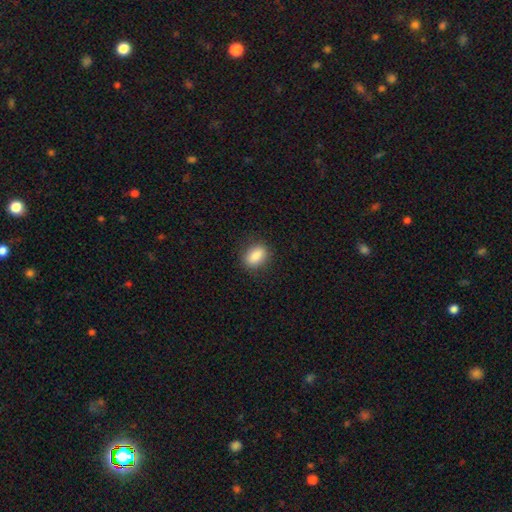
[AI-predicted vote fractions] Morphology: type=smooth (87%); roundness=in between (83%); merging=none (86%).